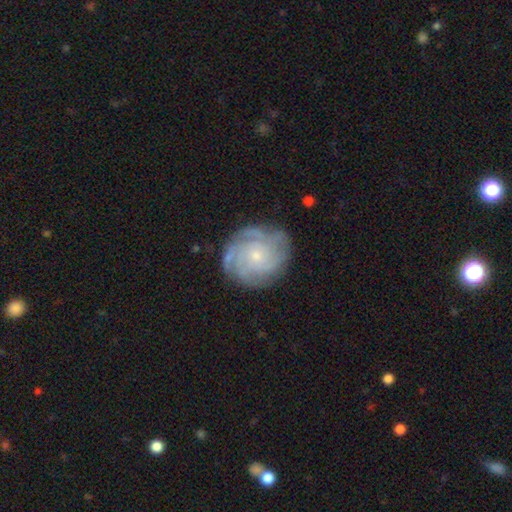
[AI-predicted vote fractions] This is clearly a featured or disk galaxy (80%). It is clearly not viewed edge-on (98%). Bar: likely no (79%). Spiral arm pattern: clearly yes (95%). Spiral arm count: marginally can't tell (29%). Spiral winding: likely tight (71%). Central bulge: likely small (72%). Merging: likely none (80%).